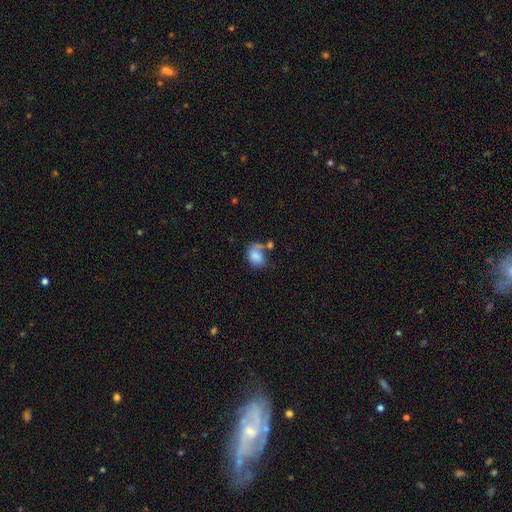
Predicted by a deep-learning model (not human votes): smooth 77%, featured or disk 14%, star or artifact 9%. Down the decision tree: how rounded — in between (70%); merging — none (32%).